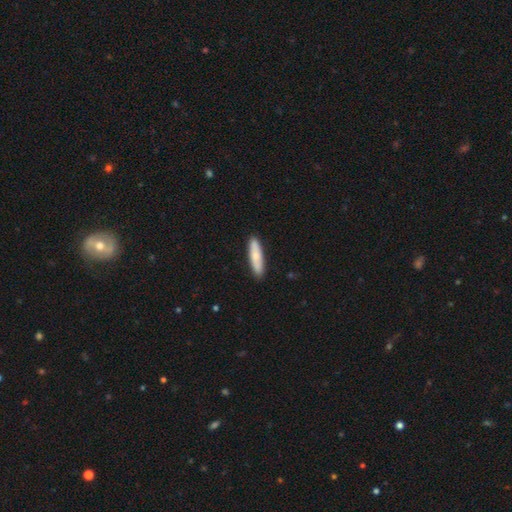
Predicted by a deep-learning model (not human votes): A smooth galaxy with no disk features (74%) that is cigar-shaped (74%).

Vote fractions:
- Smooth or featured? smooth: 74% / featured or disk: 20% / star or artifact: 5%
- How rounded? cigar-shaped: 74% / in between: 25% / round: 2%
- Merging? none: 89% / minor disturbance: 8% / major disturbance: 1% / merger: 1%